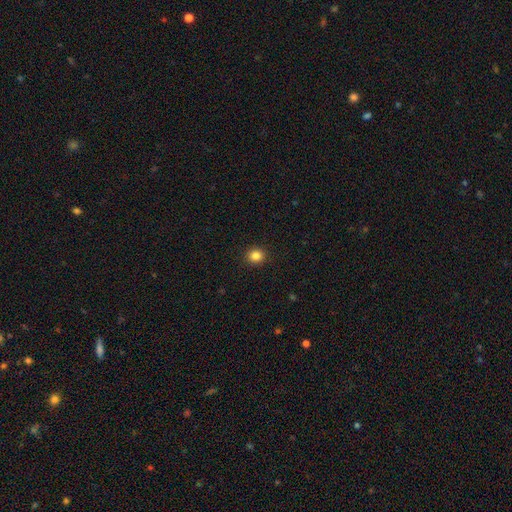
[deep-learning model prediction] Smooth or featured? Predicted: smooth (p=0.84). How rounded? Predicted: round (p=0.89). Merging? Predicted: none (p=0.92).